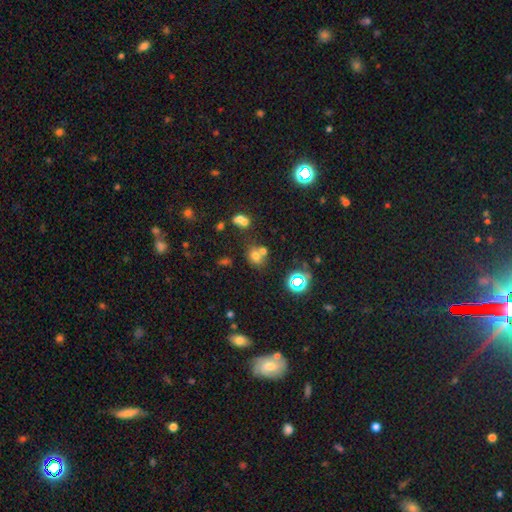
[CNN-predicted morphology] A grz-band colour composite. It shows a smooth galaxy with no disk features (61%) that is round (66%). Merging: none (49%).